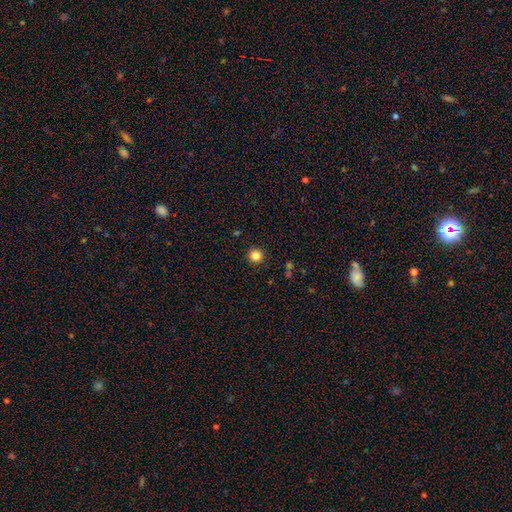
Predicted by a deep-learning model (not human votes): Smooth or featured? smooth (84%)
How rounded? round (95%)
Merging? none (92%)